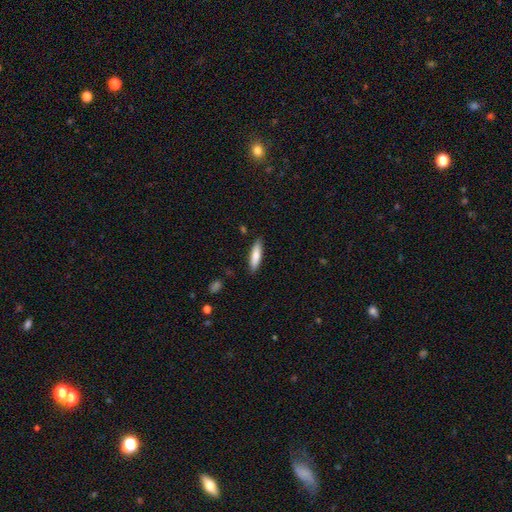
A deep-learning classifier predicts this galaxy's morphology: type=smooth (79%); roundness=cigar-shaped (73%); merging=none (87%).